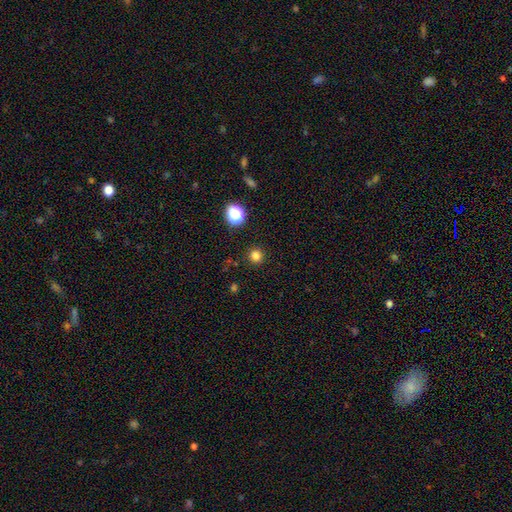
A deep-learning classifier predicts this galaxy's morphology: Smooth or featured? smooth (80%)
How rounded? round (94%)
Merging? none (91%)